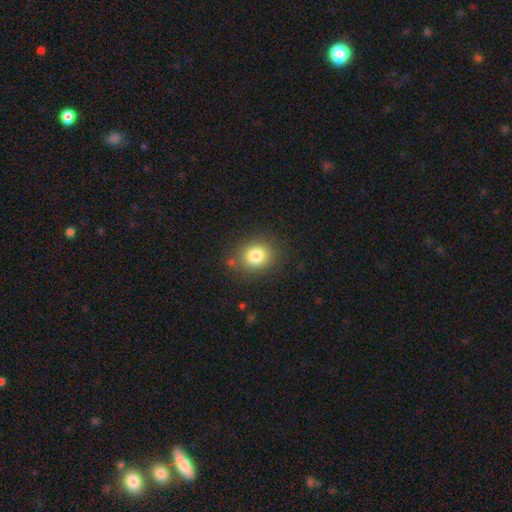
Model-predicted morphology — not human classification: smooth-or-featured: smooth: 81% | star or artifact: 11% | featured or disk: 8%
  how-rounded: round: 71% | in between: 28% | cigar-shaped: 1%
  merging: none: 83% | minor disturbance: 11% | major disturbance: 4% | merger: 3%